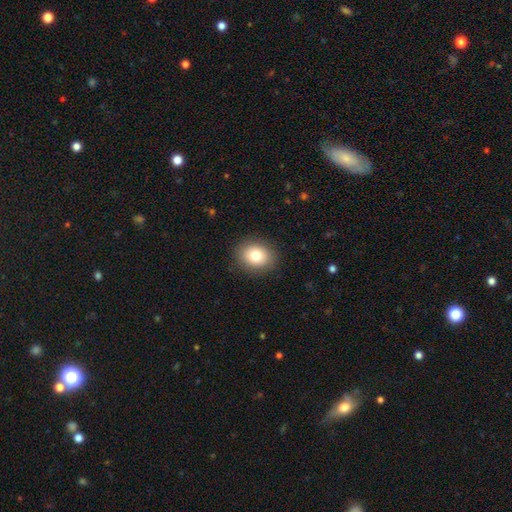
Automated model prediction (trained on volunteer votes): Overall: smooth (80%). How rounded: round (55%; in between 45%). Merging: none (89%).